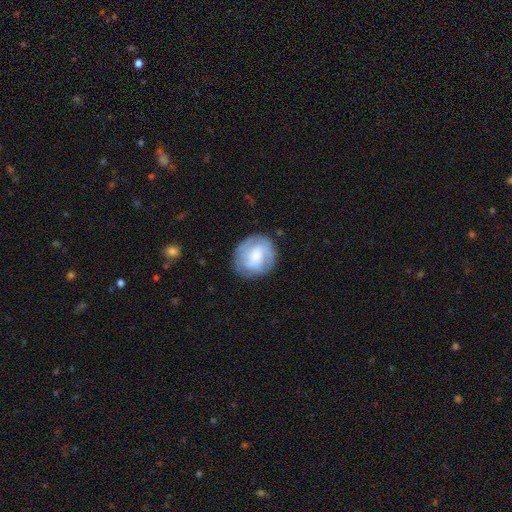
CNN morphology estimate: A featured or disk galaxy (52%) with no bar (54%), spiral arms (78%) and a moderate central bulge (35%).

Vote fractions:
- Smooth or featured? featured or disk: 52% / smooth: 41% / star or artifact: 7%
- Edge-on disk? no: 97% / yes: 3%
- Bar? no: 54% / weak: 36% / strong: 10%
- Spiral arms? yes: 78% / no: 22%
- Bulge size? moderate: 35% / small: 32% / large: 18% / none: 12% / dominant: 3%
- Merging? none: 76% / minor disturbance: 16% / major disturbance: 7% / merger: 1%